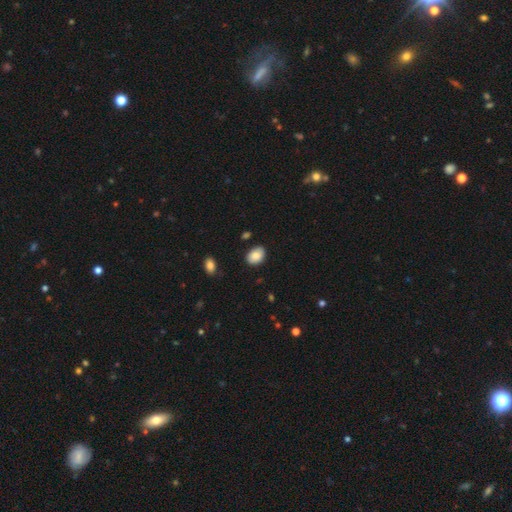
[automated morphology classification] smooth 85%, featured or disk 8%, star or artifact 7%. Down the decision tree: how rounded — in between (79%); merging — none (84%).